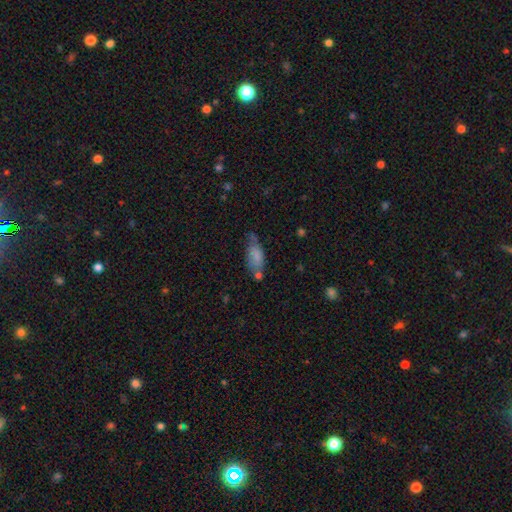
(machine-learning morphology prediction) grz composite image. It shows a smooth galaxy with no disk features (77%) that is in between round and cigar-shaped (81%). Merging: none (45%).